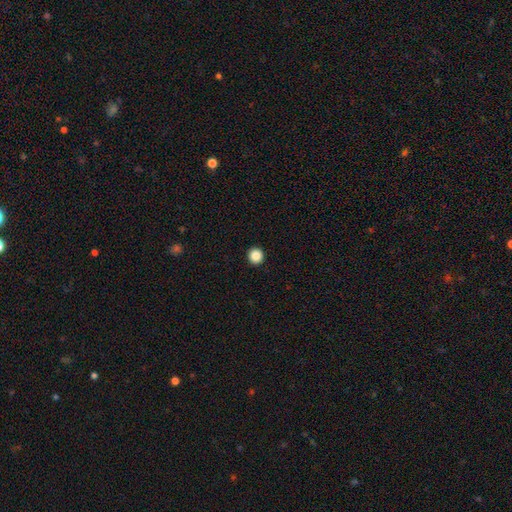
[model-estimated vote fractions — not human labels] A smooth galaxy with no disk features (87%) that is round (95%). Merging: none (94%).